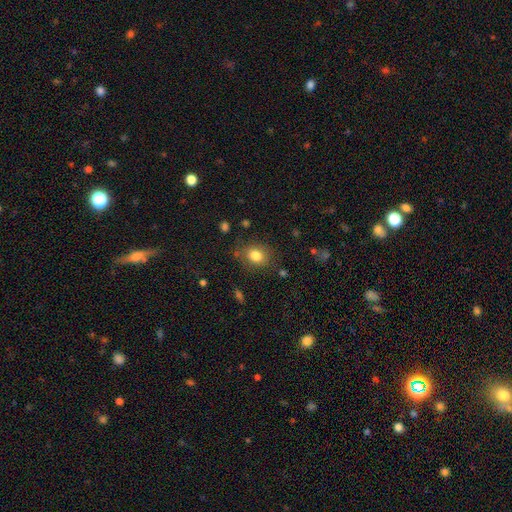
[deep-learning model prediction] A smooth galaxy with no disk features (81%) that is round (54%).

Vote fractions:
- Smooth or featured? smooth: 81% / star or artifact: 11% / featured or disk: 8%
- How rounded? round: 54% / in between: 45% / cigar-shaped: 1%
- Merging? none: 78% / minor disturbance: 15% / major disturbance: 5% / merger: 2%